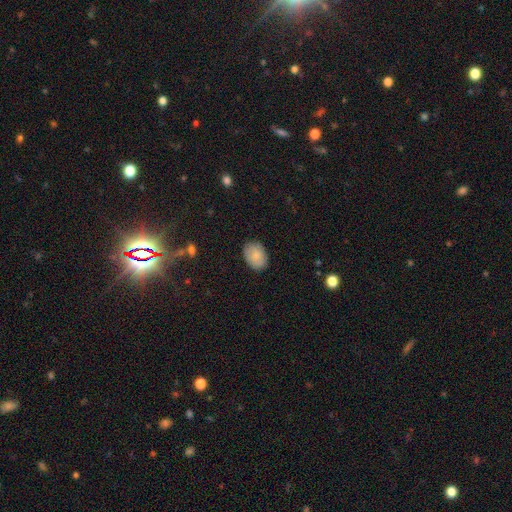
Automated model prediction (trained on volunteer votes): smooth_or_featured: smooth (p=0.84) [alt: featured or disk p=0.09]
how_rounded: in between (p=0.76) [alt: round p=0.23]
merging: none (p=0.85) [alt: minor disturbance p=0.11]